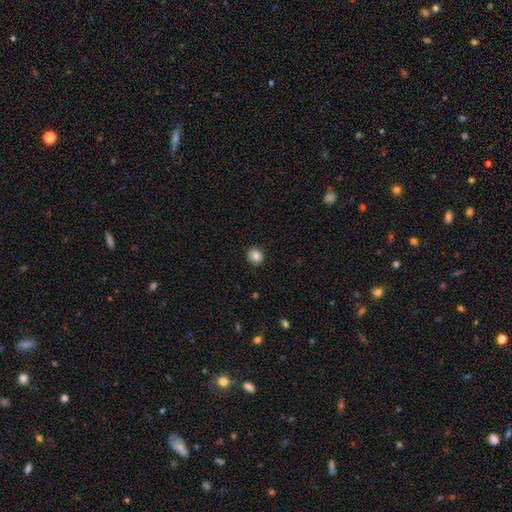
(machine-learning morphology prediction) The model was most divided on "how rounded": round: 84%, in between: 15%, cigar-shaped: 1%. More confident: merging — none (89%); smooth or featured — smooth (83%).